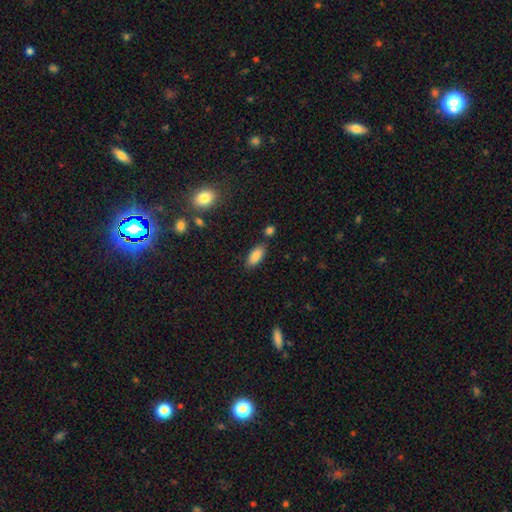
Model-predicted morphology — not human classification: smooth 86%, star or artifact 8%, featured or disk 7%. Down the decision tree: how rounded — in between (88%); merging — none (80%).